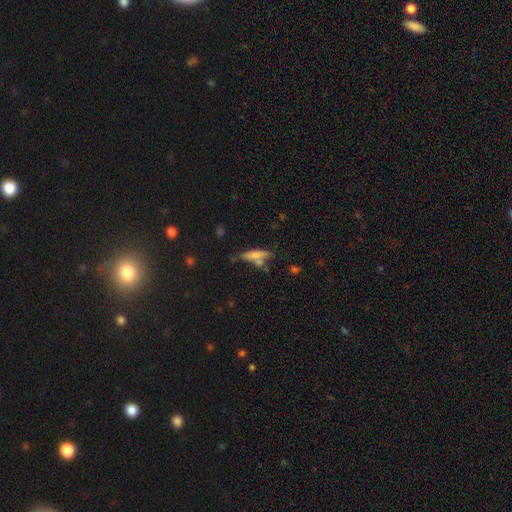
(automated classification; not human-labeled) Morphology: type=smooth (61%); roundness=cigar-shaped (77%); merging=none (54%).